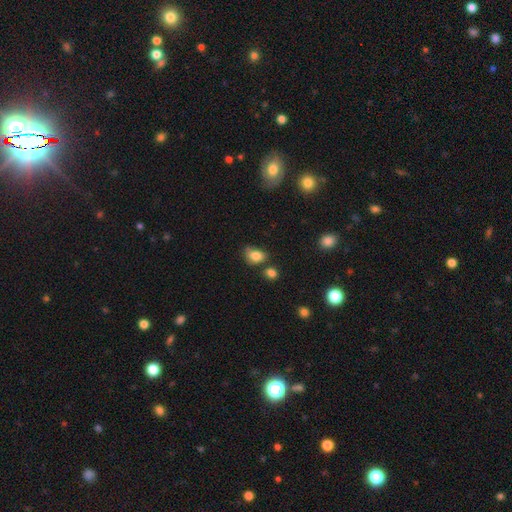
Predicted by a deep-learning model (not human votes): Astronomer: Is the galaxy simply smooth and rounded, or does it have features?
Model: smooth — 82%.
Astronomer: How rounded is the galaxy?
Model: in between — 71%.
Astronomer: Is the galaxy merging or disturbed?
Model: none — 47% (runner-up: minor disturbance, 30%).